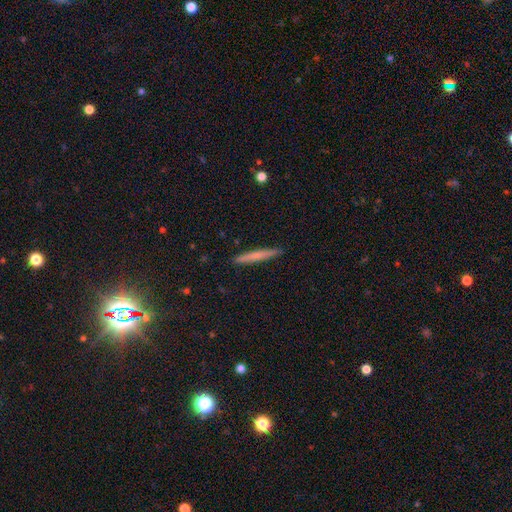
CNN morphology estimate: Smooth or featured? Predicted: smooth (p=0.67). How rounded? Predicted: cigar-shaped (p=0.96). Merging? Predicted: none (p=0.91).